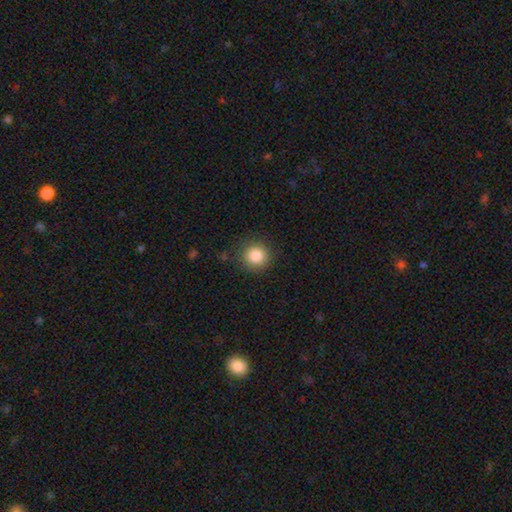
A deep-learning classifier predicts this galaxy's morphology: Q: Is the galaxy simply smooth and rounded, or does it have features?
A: smooth — 85%.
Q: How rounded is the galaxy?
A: round — 93%.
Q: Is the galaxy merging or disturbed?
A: none — 87%.